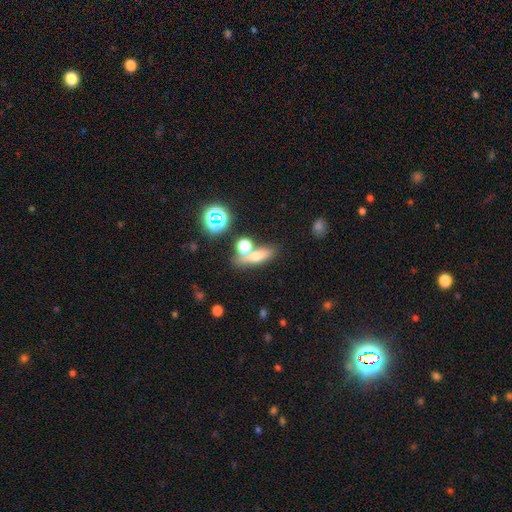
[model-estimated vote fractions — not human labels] smooth 61%, featured or disk 21%, star or artifact 19%. Down the decision tree: how rounded — in between (44%); merging — none (58%).